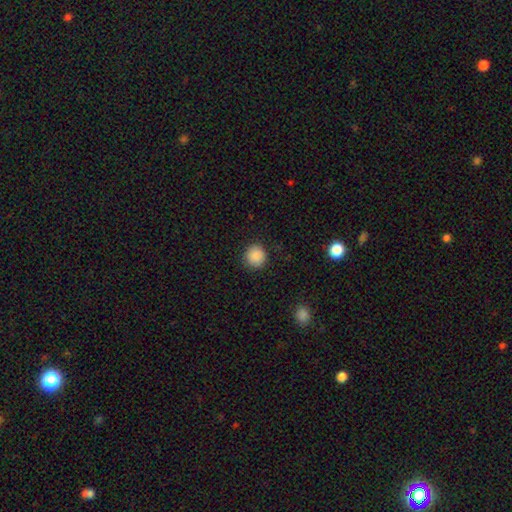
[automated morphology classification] This is clearly a smooth galaxy (88%). How rounded: clearly round (93%). Merging: clearly none (89%).